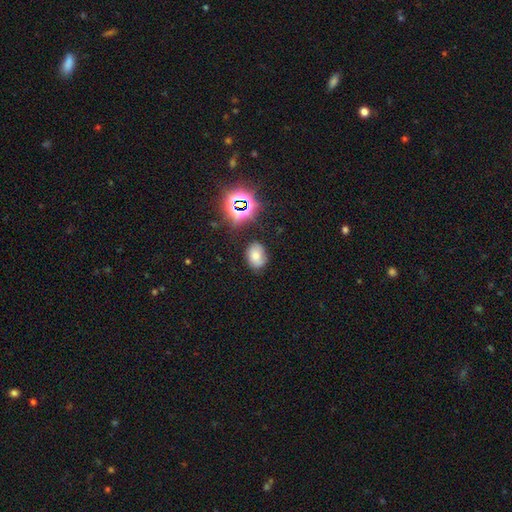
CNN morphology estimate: A smooth galaxy with no disk features (66%) that is in between round and cigar-shaped (75%). Merging: none (72%).